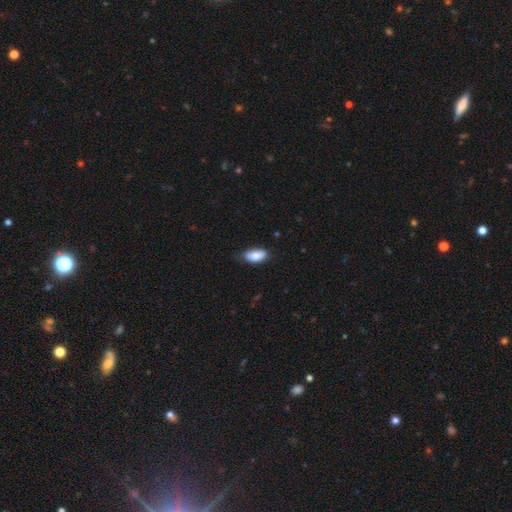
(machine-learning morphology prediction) Smooth or featured?
  - smooth: 86% *
  - featured or disk: 8%
  - star or artifact: 7%
How rounded?
  - in between: 93% *
  - cigar-shaped: 5%
  - round: 3%
Merging?
  - none: 72% *
  - minor disturbance: 24%
  - major disturbance: 3%
  - merger: 1%